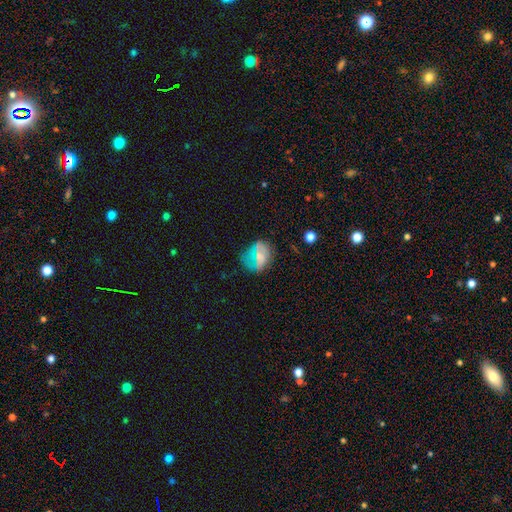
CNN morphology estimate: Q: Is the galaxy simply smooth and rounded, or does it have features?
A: smooth — 54%.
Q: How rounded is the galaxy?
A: round — 51%.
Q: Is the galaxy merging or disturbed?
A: none — 62%.